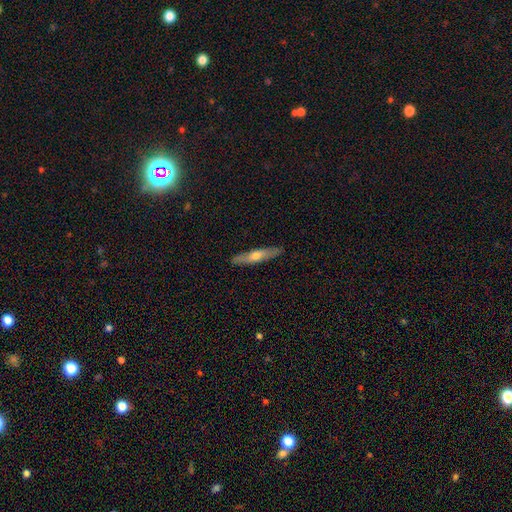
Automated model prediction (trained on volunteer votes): This is possibly a featured or disk galaxy (52%). It is clearly viewed edge-on (85%). Merging: clearly none (89%).